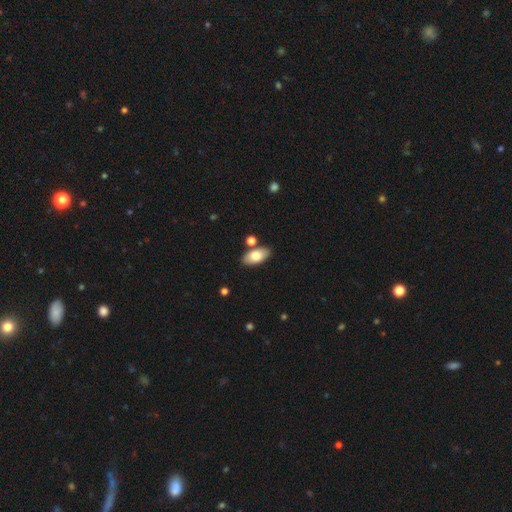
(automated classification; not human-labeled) A smooth galaxy with no disk features (80%) that is in between round and cigar-shaped (93%).

Vote fractions:
- Smooth or featured? smooth: 80% / featured or disk: 13% / star or artifact: 7%
- How rounded? in between: 93% / cigar-shaped: 4% / round: 3%
- Merging? none: 79% / minor disturbance: 11% / merger: 8% / major disturbance: 3%